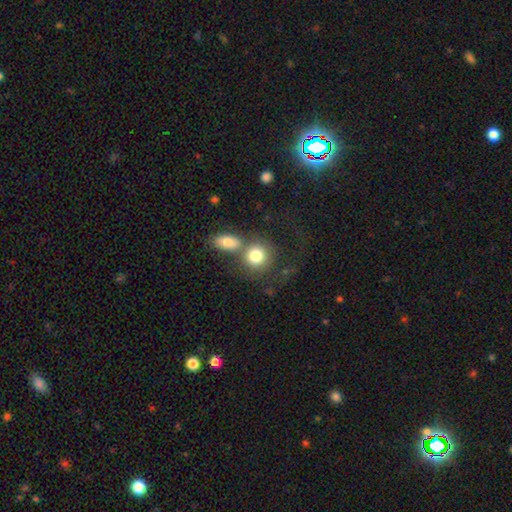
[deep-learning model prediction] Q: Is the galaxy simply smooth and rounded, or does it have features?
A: smooth — 79%.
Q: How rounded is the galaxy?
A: round — 79%.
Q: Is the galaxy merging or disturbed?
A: none — 45%.